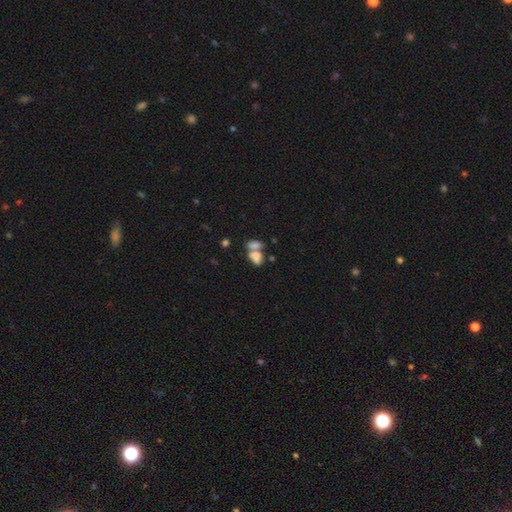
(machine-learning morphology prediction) The model was most divided on "merging": merger: 61%, none: 24%, minor disturbance: 9%, major disturbance: 6%. More confident: how rounded — in between (84%); smooth or featured — smooth (73%).